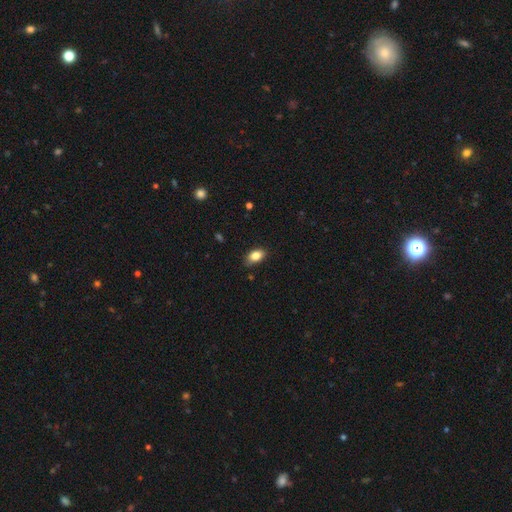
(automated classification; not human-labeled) A smooth galaxy with no disk features (84%) that is in between round and cigar-shaped (89%). Merging: none (81%).